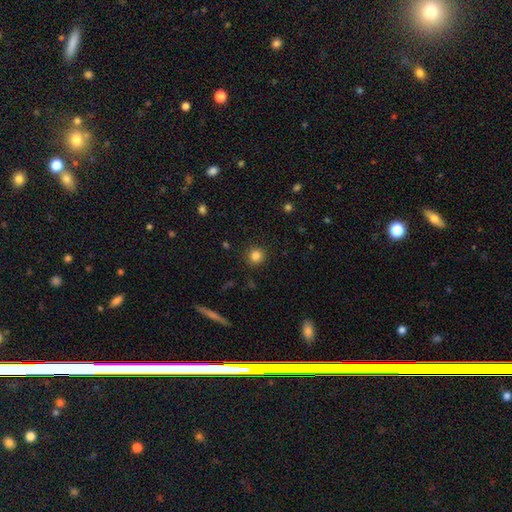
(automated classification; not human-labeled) Morphology: type=smooth (84%); roundness=round (92%); merging=none (91%).